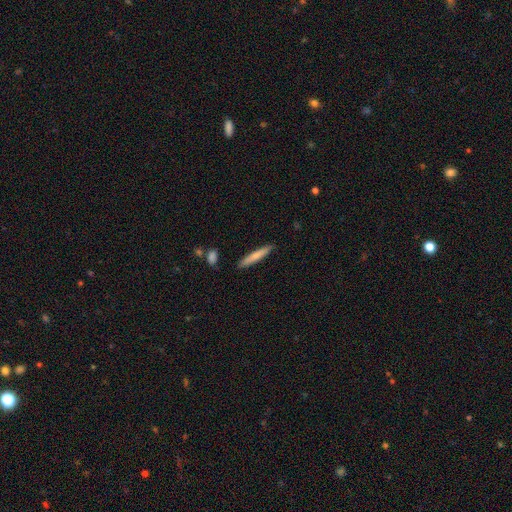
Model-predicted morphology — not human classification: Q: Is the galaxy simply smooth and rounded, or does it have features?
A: smooth — 72%.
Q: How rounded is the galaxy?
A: cigar-shaped — 93%.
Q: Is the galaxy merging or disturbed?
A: none — 89%.